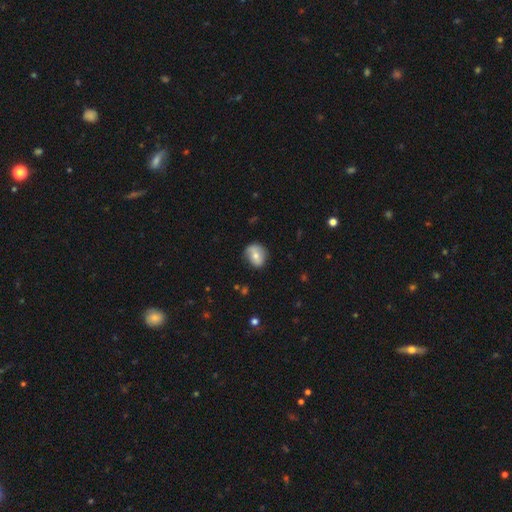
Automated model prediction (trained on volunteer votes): Smooth or featured? Predicted: smooth (p=0.59). How rounded? Predicted: round (p=0.55). Merging? Predicted: none (p=0.71).